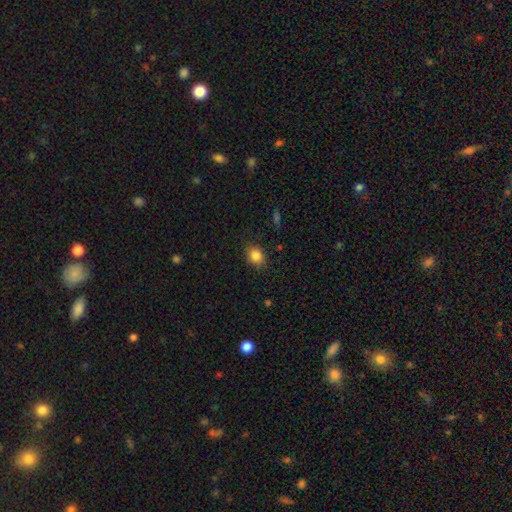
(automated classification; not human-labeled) The model was most divided on "how rounded": round: 58%, in between: 41%, cigar-shaped: 1%. More confident: smooth or featured — smooth (85%); merging — none (83%).